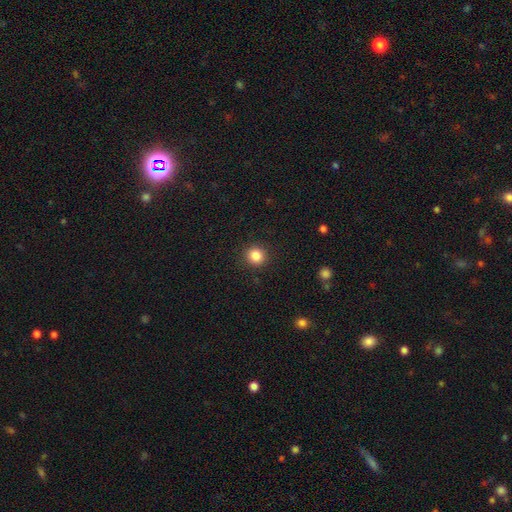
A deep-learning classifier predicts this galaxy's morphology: smooth-or-featured: smooth: 85% | star or artifact: 11% | featured or disk: 4%
  how-rounded: round: 91% | in between: 8% | cigar-shaped: 1%
  merging: none: 91% | minor disturbance: 6% | major disturbance: 2% | merger: 1%